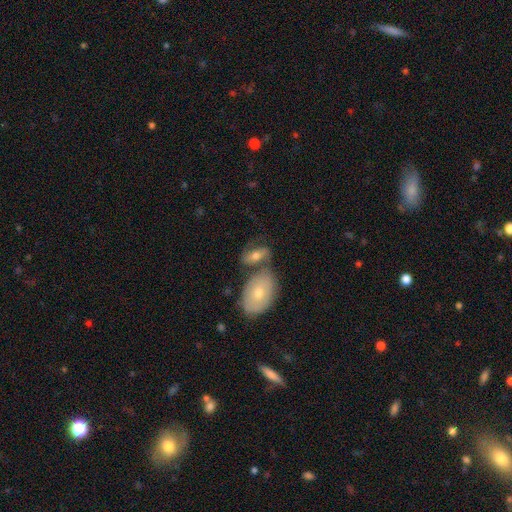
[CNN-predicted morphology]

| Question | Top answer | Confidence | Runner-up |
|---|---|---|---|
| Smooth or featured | smooth | 47% | featured or disk (45%) |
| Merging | merger | 41% | none (38%) |